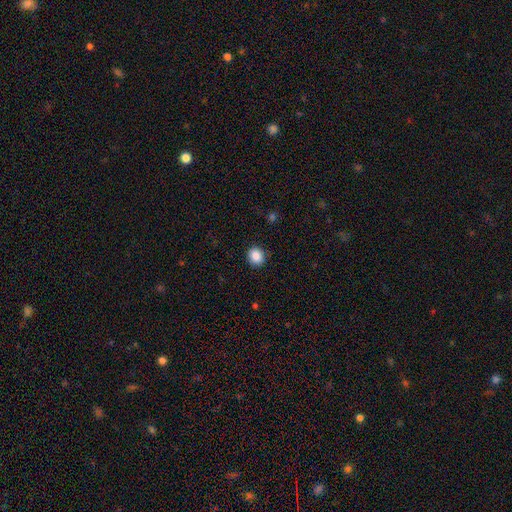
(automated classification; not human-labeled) This is clearly a smooth galaxy (87%). How rounded: likely round (78%). Merging: clearly none (90%).